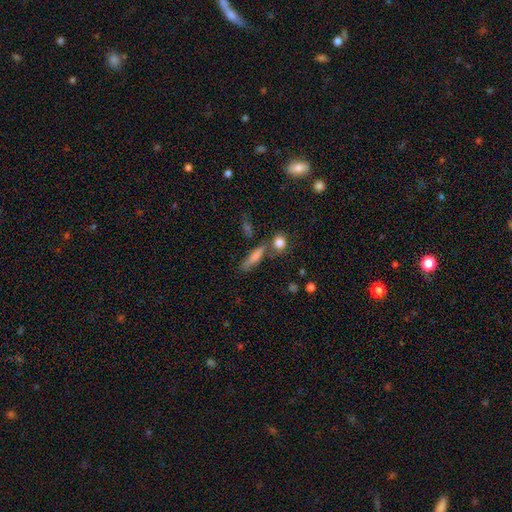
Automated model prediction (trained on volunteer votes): The model was most divided on "smooth or featured": smooth: 61%, featured or disk: 22%, star or artifact: 17%. More confident: how rounded — cigar-shaped (65%); merging — none (64%).